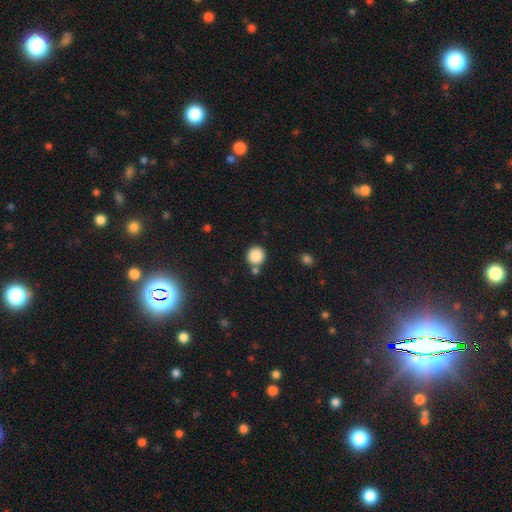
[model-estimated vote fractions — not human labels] This appears to be a smooth galaxy with no disk features (86%) that is round (91%). Merging: none (72%).